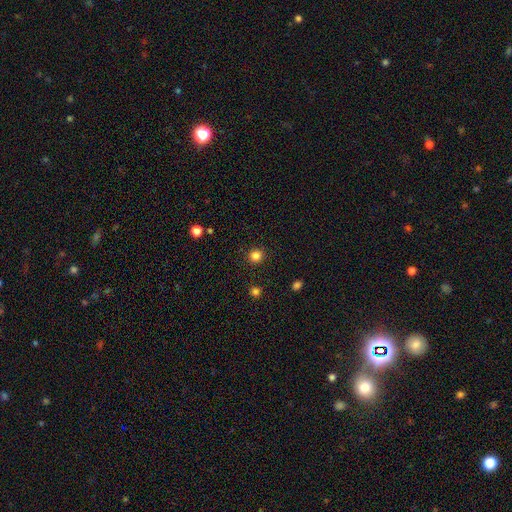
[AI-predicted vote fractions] Smooth or featured?
  - smooth: 83% *
  - star or artifact: 13%
  - featured or disk: 4%
How rounded?
  - round: 93% *
  - in between: 7%
  - cigar-shaped: 1%
Merging?
  - none: 91% *
  - minor disturbance: 5%
  - major disturbance: 2%
  - merger: 1%